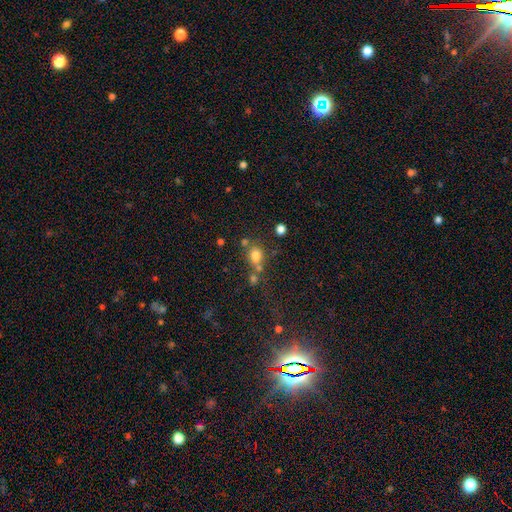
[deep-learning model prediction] smooth 74%, star or artifact 16%, featured or disk 10%. Down the decision tree: how rounded — round (70%); merging — none (53%).